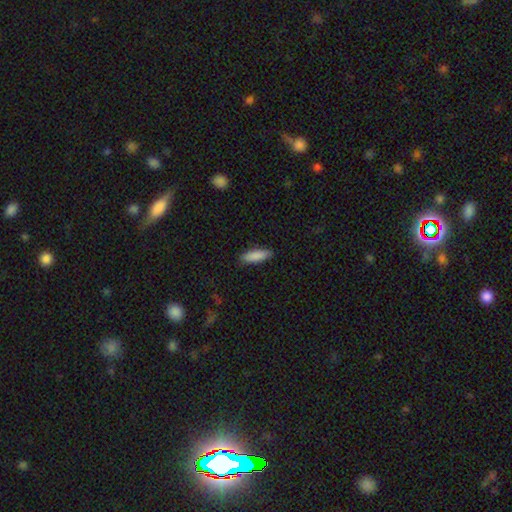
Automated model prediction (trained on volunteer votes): Smooth or featured? Predicted: smooth (p=0.89). How rounded? Predicted: in between (p=0.51). Merging? Predicted: none (p=0.87).